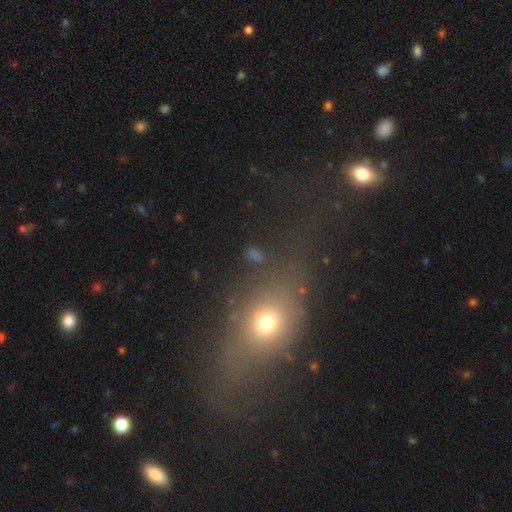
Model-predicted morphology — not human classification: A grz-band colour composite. It shows a smooth galaxy with no disk features (59%) that is round (49%). Merging: none (66%).